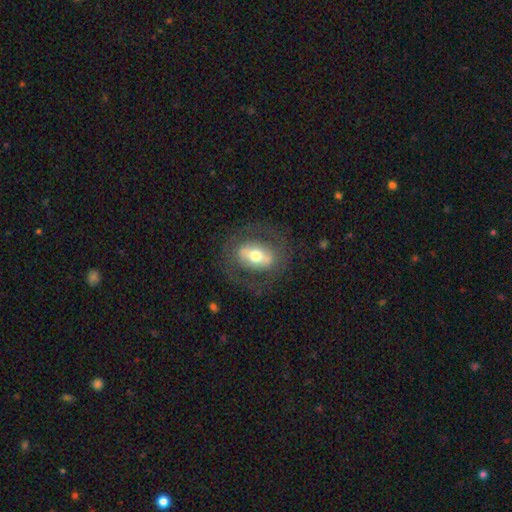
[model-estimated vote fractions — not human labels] Overall: featured or disk (58%; smooth 35%). Edge-on disk: no (86%). Merging: none (75%).